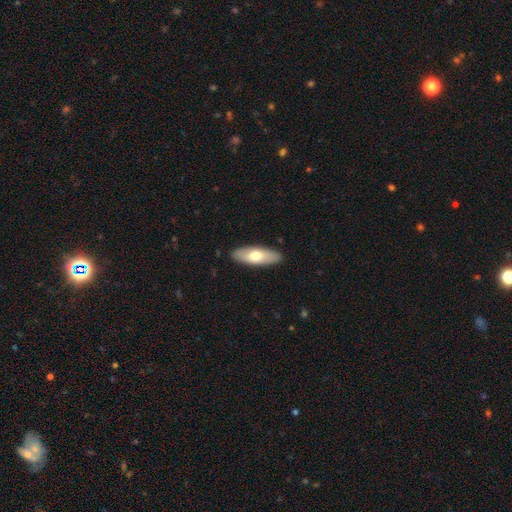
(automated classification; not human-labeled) Smooth or featured?
  - smooth: 65% *
  - featured or disk: 30%
  - star or artifact: 5%
How rounded?
  - in between: 62% *
  - cigar-shaped: 36%
  - round: 2%
Merging?
  - none: 90% *
  - minor disturbance: 8%
  - major disturbance: 2%
  - merger: 1%